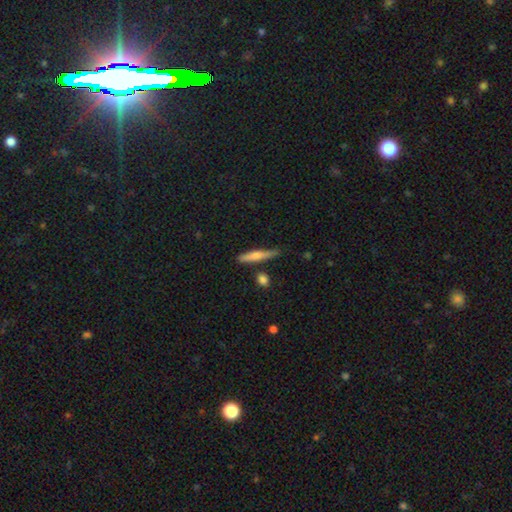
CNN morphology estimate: Smooth or featured: smooth — 63% (featured or disk — 30%)
How rounded: cigar-shaped — 88% (in between — 10%)
Merging: none — 73% (minor disturbance — 19%)